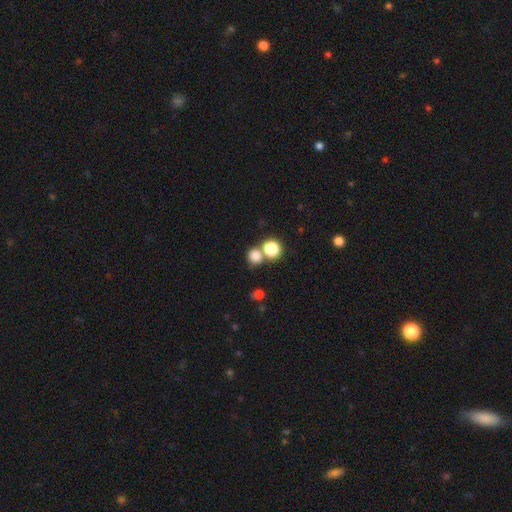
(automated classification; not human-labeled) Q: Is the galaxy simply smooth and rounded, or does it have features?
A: smooth — 78%.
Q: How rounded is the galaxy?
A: round — 85%.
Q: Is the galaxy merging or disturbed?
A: none — 57%.